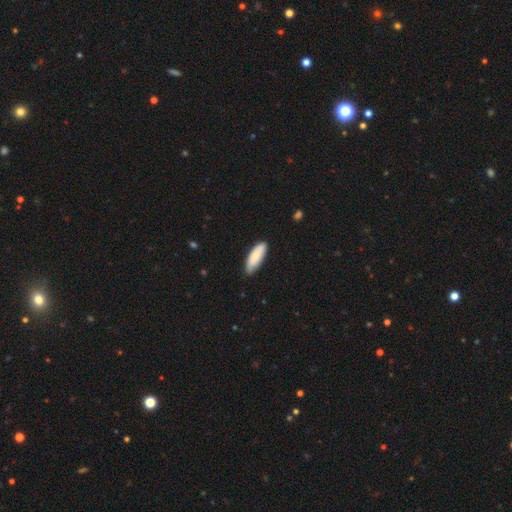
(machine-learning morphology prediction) This is clearly a smooth galaxy (81%). How rounded: likely in between (66%). Merging: likely none (78%).